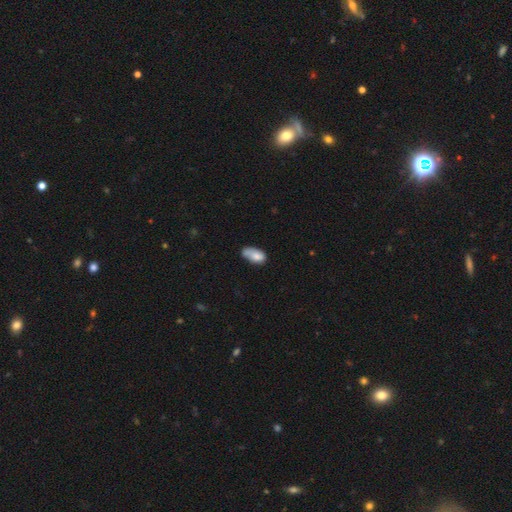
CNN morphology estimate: Overall: smooth (76%). How rounded: in between (92%). Merging: none (40%; minor disturbance 36%).